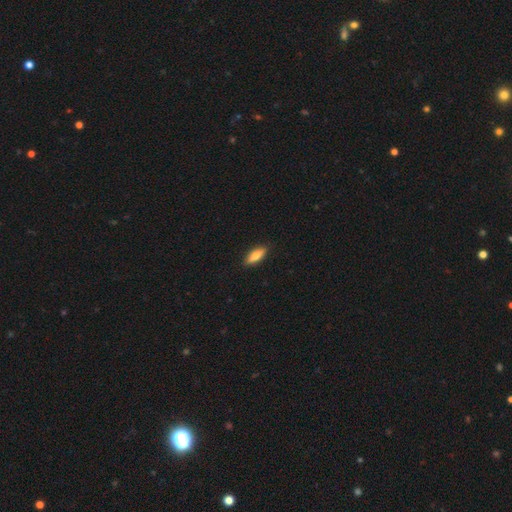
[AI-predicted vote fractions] A smooth galaxy with no disk features (72%) that is in between round and cigar-shaped (58%). Merging: none (89%).